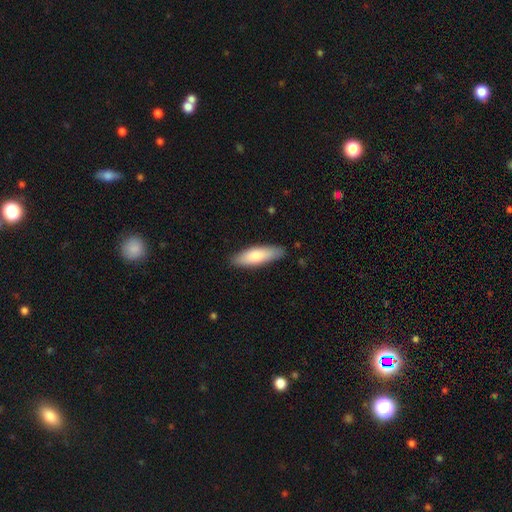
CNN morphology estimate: type=smooth (76%); roundness=cigar-shaped (51%); merging=none (86%).